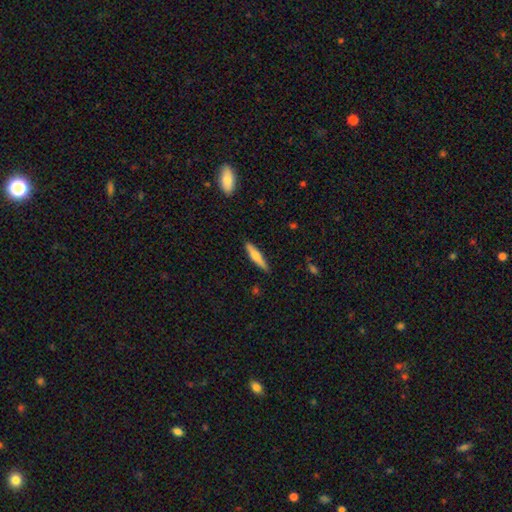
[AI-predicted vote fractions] A smooth galaxy with no disk features (60%) that is cigar-shaped (87%). Merging: none (87%).